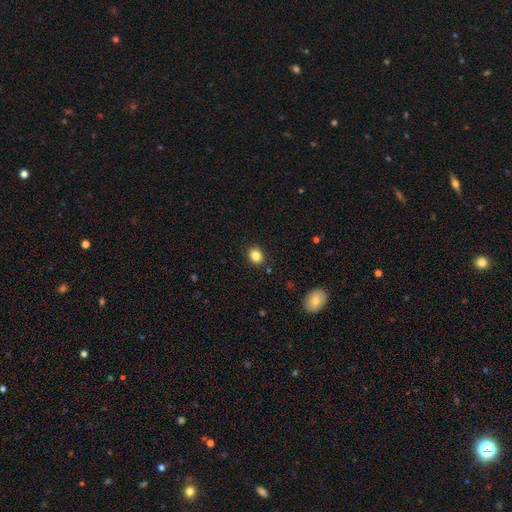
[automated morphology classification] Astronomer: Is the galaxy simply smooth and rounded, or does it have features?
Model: smooth — 84%.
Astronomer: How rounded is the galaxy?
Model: round — 63%.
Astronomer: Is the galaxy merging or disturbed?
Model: none — 89%.